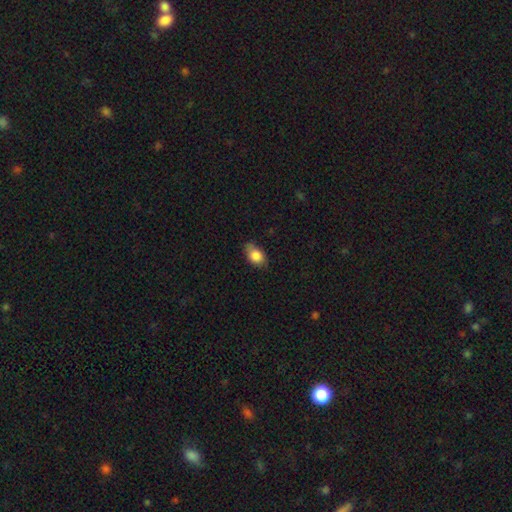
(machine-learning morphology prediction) This is clearly a smooth galaxy (83%). How rounded: clearly in between (82%). Merging: likely none (64%).